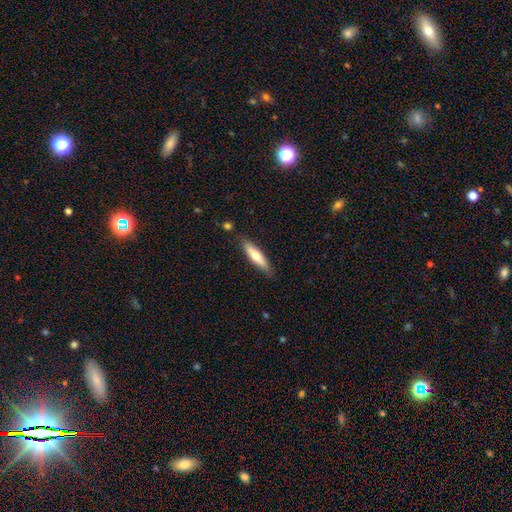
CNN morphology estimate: The model was most divided on "smooth or featured": smooth: 65%, featured or disk: 29%, star or artifact: 5%. More confident: merging — none (85%); how rounded — cigar-shaped (76%).